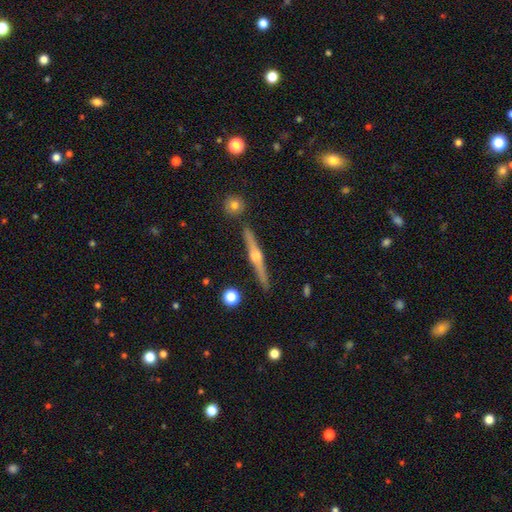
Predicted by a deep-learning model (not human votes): Smooth or featured?
  - featured or disk: 80% *
  - smooth: 15%
  - star or artifact: 6%
Edge-on disk?
  - yes: 98% *
  - no: 2%
Edge-on bulge?
  - rounded: 91% *
  - boxy: 5%
  - none: 4%
Merging?
  - none: 90% *
  - minor disturbance: 7%
  - merger: 2%
  - major disturbance: 2%